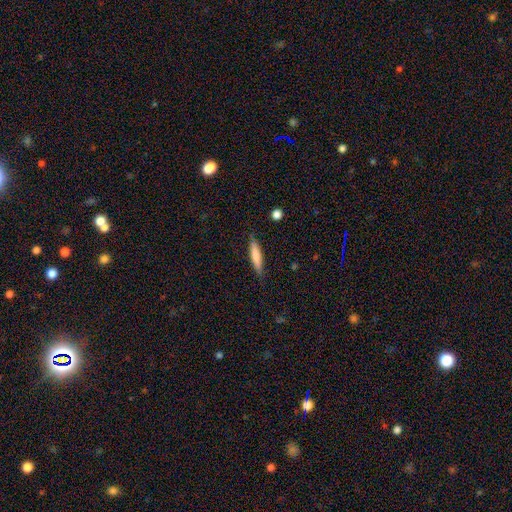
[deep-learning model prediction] Smooth or featured?
  - smooth: 73% *
  - featured or disk: 21%
  - star or artifact: 6%
How rounded?
  - cigar-shaped: 86% *
  - in between: 13%
  - round: 1%
Merging?
  - none: 86% *
  - minor disturbance: 11%
  - major disturbance: 2%
  - merger: 1%